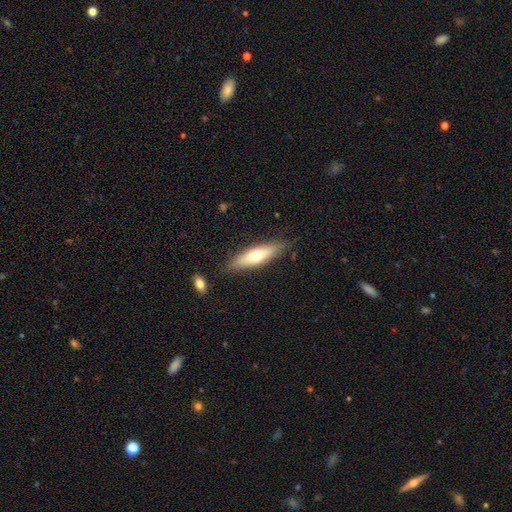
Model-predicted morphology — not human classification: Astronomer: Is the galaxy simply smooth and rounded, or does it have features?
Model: smooth — 57% (runner-up: featured or disk, 37%).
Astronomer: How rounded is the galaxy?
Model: cigar-shaped — 68%.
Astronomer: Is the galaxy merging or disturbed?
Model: none — 84%.